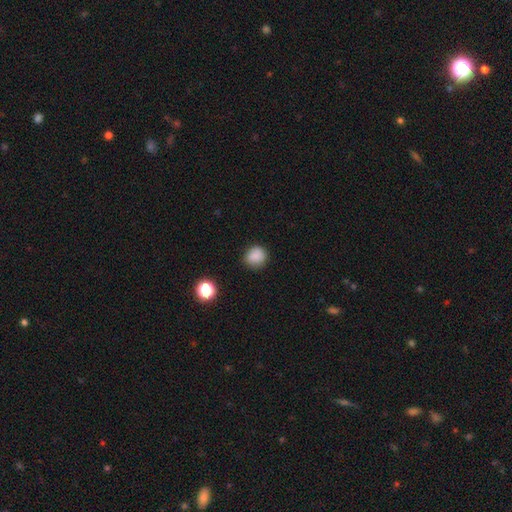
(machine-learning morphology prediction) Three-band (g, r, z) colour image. It shows a smooth galaxy with no disk features (85%) that is round (84%). Merging: none (82%).